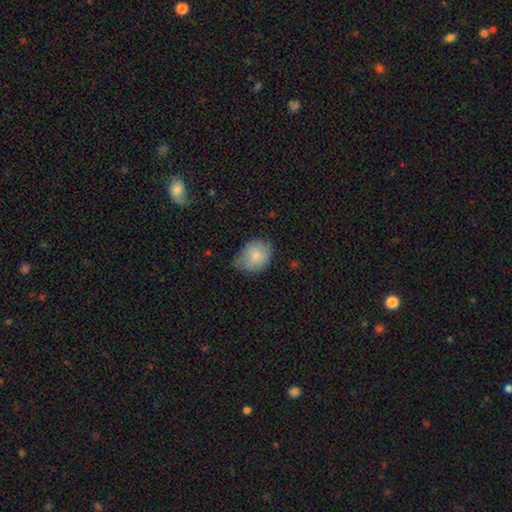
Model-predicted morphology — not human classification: This is likely a smooth galaxy (80%). How rounded: possibly in between (53%). Merging: possibly none (56%).